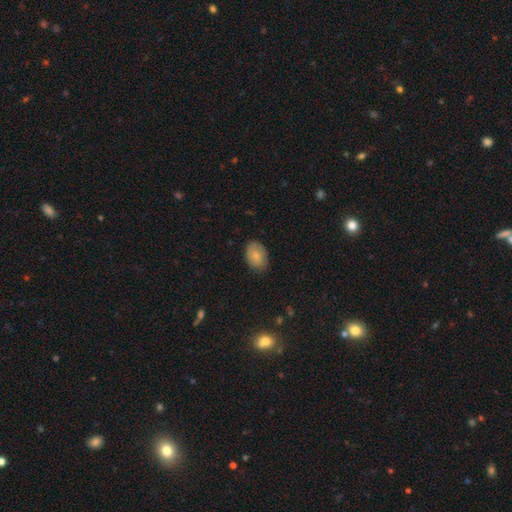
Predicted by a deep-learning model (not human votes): Overall: smooth (79%). How rounded: in between (82%). Merging: none (80%).